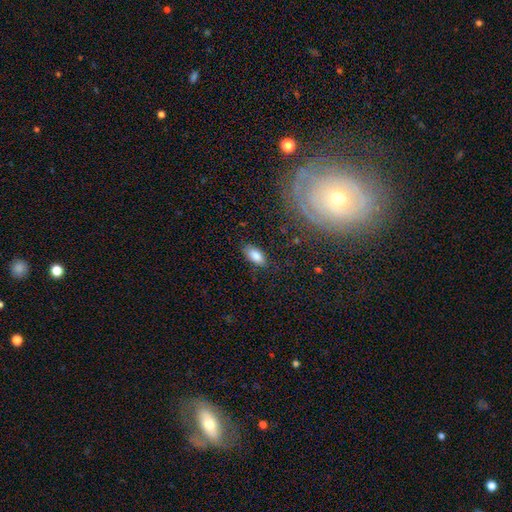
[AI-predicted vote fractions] A smooth galaxy with no disk features (84%) that is in between round and cigar-shaped (91%). Merging: none (80%).